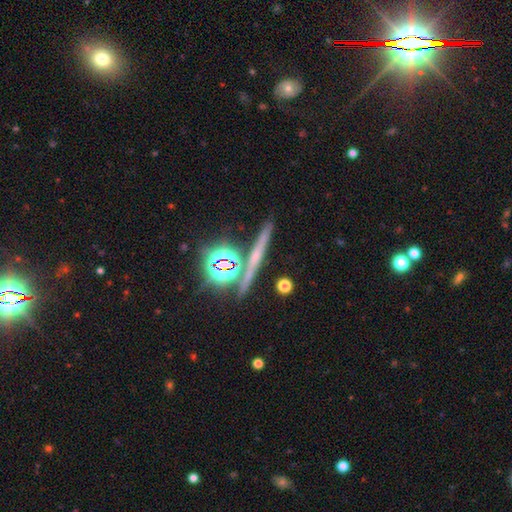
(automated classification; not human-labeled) A star or artifact, not a galaxy (36%).